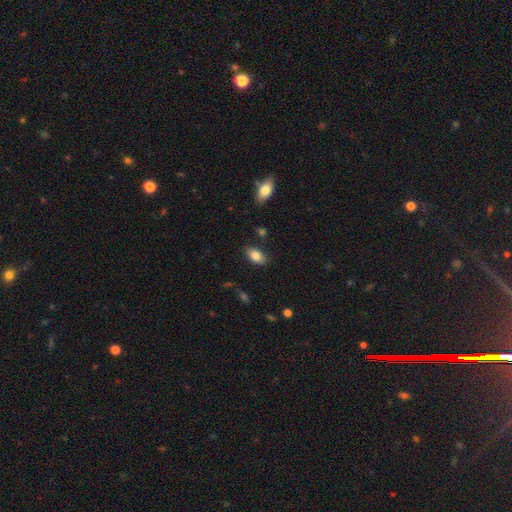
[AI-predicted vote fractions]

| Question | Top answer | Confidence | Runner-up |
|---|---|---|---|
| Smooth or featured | smooth | 83% | featured or disk (10%) |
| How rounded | in between | 92% | round (5%) |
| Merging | none | 84% | minor disturbance (11%) |